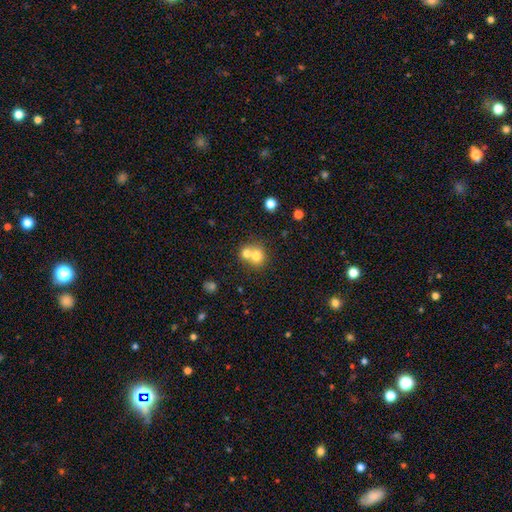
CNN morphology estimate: The model was most divided on "merging": merger: 54%, none: 38%, minor disturbance: 5%, major disturbance: 2%. More confident: how rounded — round (83%); smooth or featured — smooth (73%).